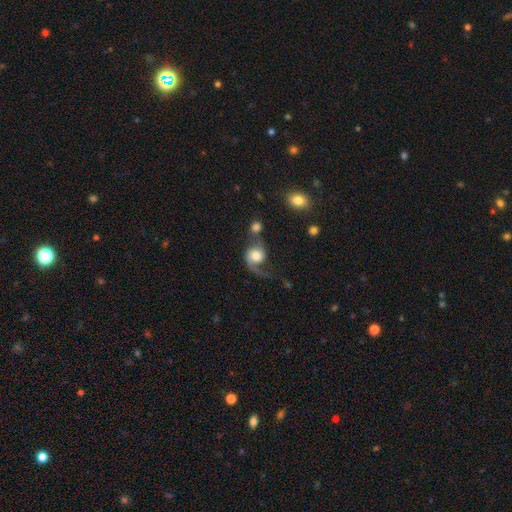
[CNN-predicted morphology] This is possibly a featured or disk galaxy (57%). It is clearly not viewed edge-on (97%). Bar: likely no (71%). Spiral arm pattern: clearly yes (89%). Central bulge: marginally large (42%). Merging: marginally none (32%).